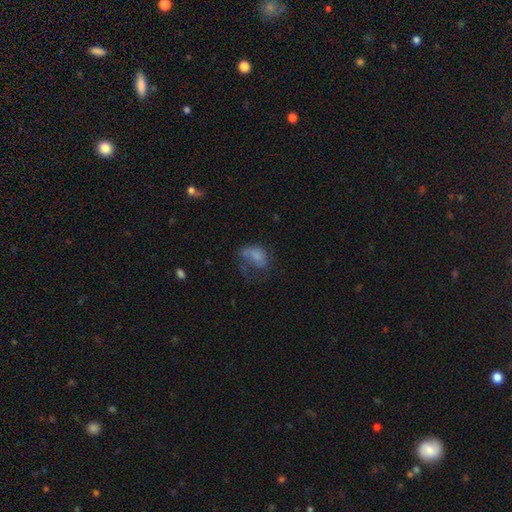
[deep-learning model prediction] Smooth or featured?
  - smooth: 55% *
  - featured or disk: 33%
  - star or artifact: 12%
How rounded?
  - in between: 81% *
  - round: 17%
  - cigar-shaped: 2%
Merging?
  - major disturbance: 52% *
  - none: 24%
  - minor disturbance: 20%
  - merger: 5%